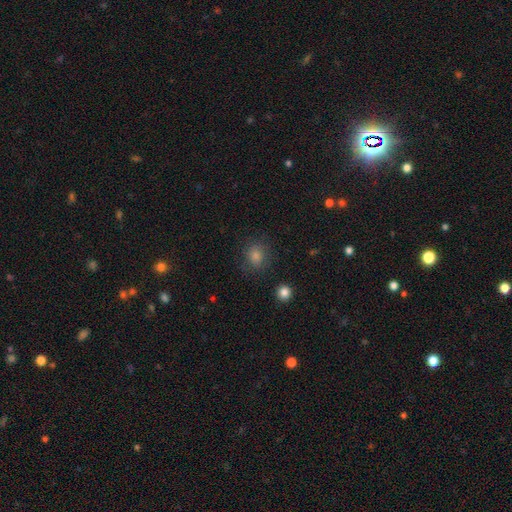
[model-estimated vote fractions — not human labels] Smooth or featured: smooth — 71% (star or artifact — 21%)
How rounded: round — 83% (in between — 16%)
Merging: none — 85% (minor disturbance — 10%)